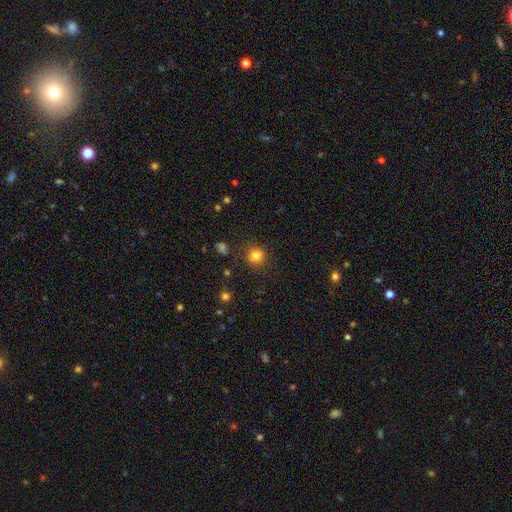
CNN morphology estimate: This appears to be a smooth galaxy with no disk features (80%) that is round (85%). Merging: none (81%).